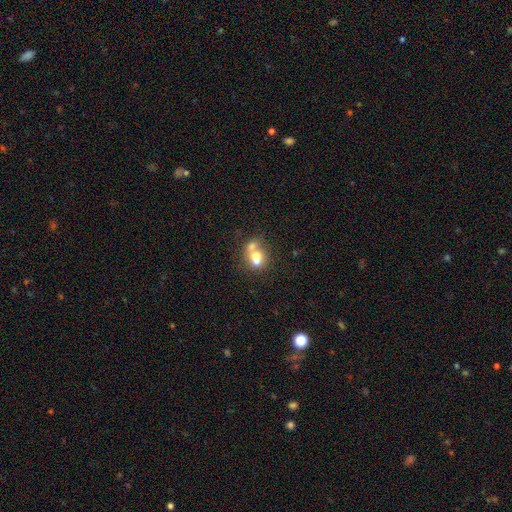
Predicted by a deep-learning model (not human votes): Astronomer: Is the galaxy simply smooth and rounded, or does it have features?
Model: smooth — 63%.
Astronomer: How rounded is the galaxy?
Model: round — 52% (runner-up: in between, 46%).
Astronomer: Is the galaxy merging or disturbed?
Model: merger — 64%.